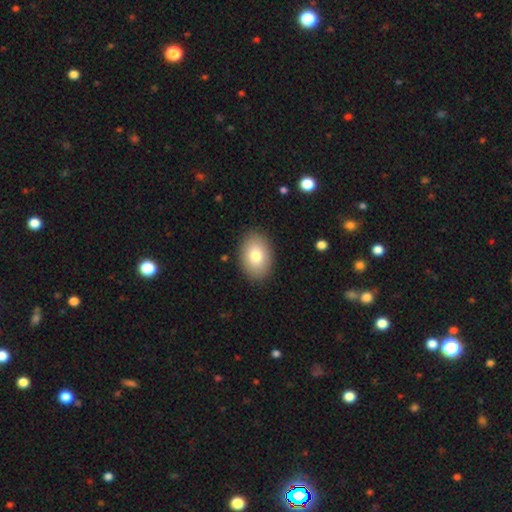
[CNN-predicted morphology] Smooth or featured? smooth (79%)
How rounded? in between (81%)
Merging? none (89%)